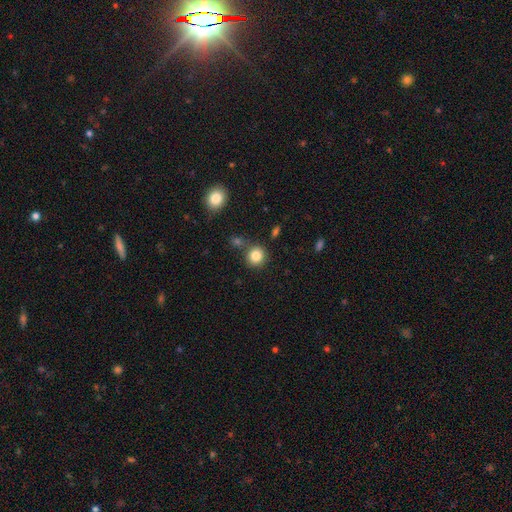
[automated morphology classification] smooth-or-featured: smooth: 84% | star or artifact: 10% | featured or disk: 6%
  how-rounded: round: 88% | in between: 11% | cigar-shaped: 1%
  merging: none: 78% | merger: 10% | minor disturbance: 9% | major disturbance: 3%